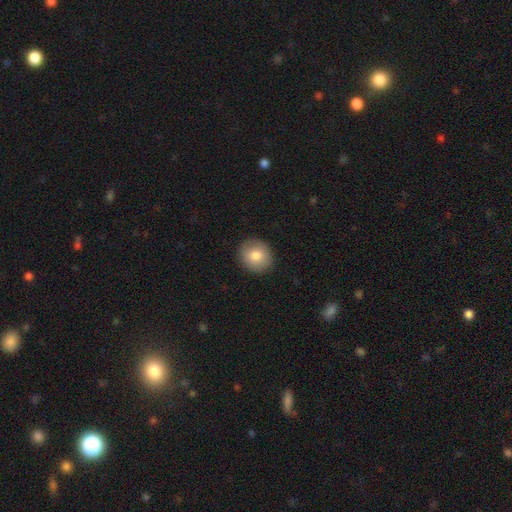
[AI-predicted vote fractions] Morphology: type=smooth (81%); roundness=round (78%); merging=none (90%).